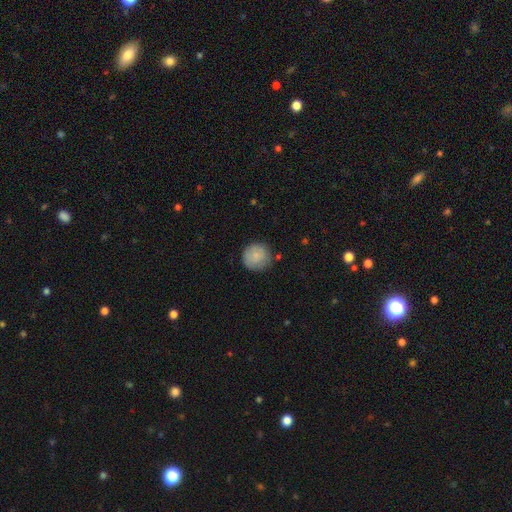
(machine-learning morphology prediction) The model was most divided on "merging": none: 78%, minor disturbance: 16%, major disturbance: 4%, merger: 2%. More confident: how rounded — round (94%); smooth or featured — smooth (82%).